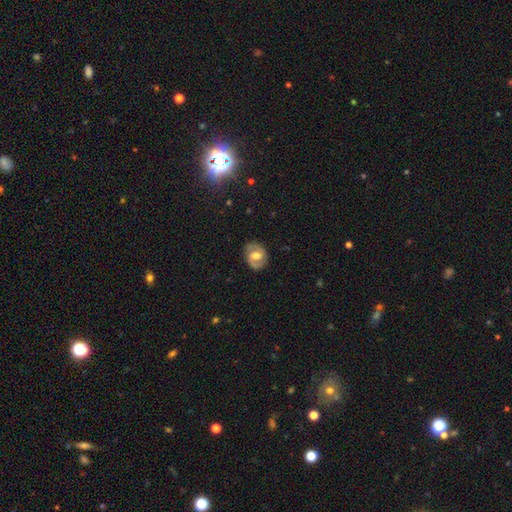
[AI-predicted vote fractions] Smooth or featured?
  - featured or disk: 65% *
  - smooth: 28%
  - star or artifact: 7%
Edge-on disk?
  - no: 97% *
  - yes: 3%
Bar?
  - weak: 46% *
  - no: 39%
  - strong: 15%
Spiral arms?
  - yes: 82% *
  - no: 18%
Spiral winding?
  - medium: 48% *
  - tight: 35%
  - loose: 18%
Spiral arm count?
  - 2: 85% *
  - can't tell: 8%
  - 1: 4%
  - 3: 1%
  - 4: 1%
  - more than 4: 1%
Bulge size?
  - moderate: 58% *
  - large: 26%
  - small: 11%
  - none: 3%
  - dominant: 2%
Merging?
  - none: 80% *
  - minor disturbance: 14%
  - major disturbance: 5%
  - merger: 1%